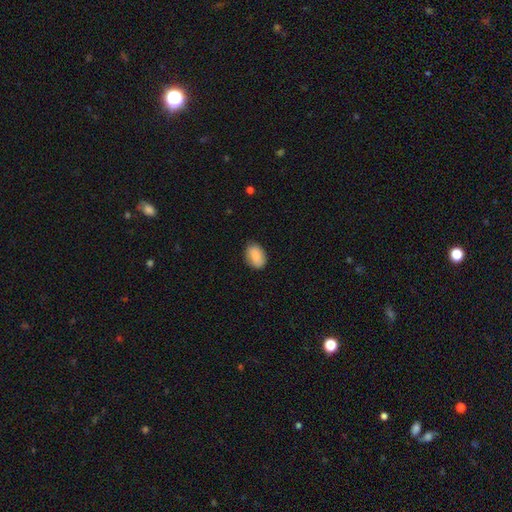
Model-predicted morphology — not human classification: type=smooth (86%); roundness=in between (85%); merging=none (82%).